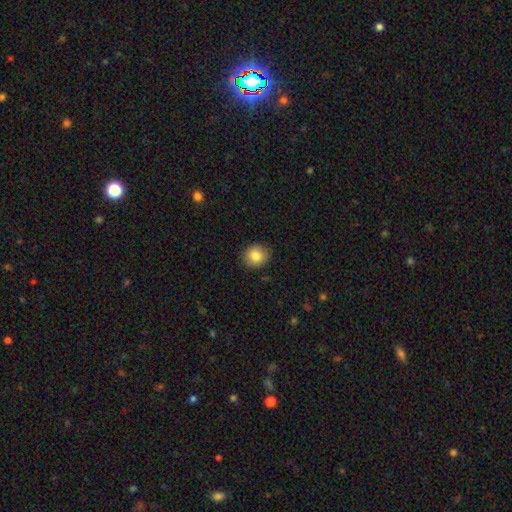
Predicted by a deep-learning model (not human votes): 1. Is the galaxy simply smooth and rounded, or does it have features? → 84% smooth, 9% star or artifact, 7% featured or disk.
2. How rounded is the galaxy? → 81% round, 18% in between, 1% cigar-shaped.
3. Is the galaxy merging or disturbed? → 90% none, 7% minor disturbance, 2% major disturbance, 1% merger.